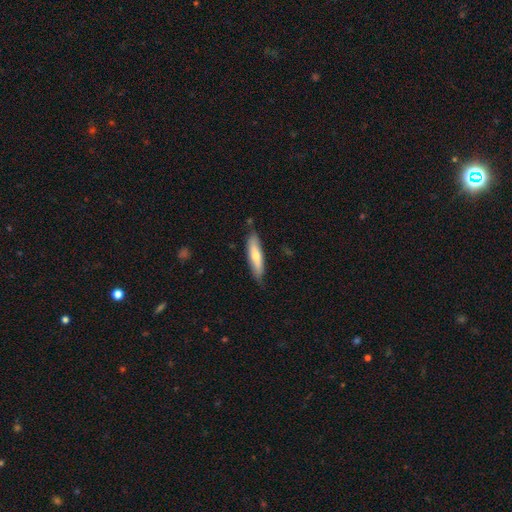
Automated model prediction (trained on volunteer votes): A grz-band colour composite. It shows a smooth galaxy with no disk features (63%) that is cigar-shaped (73%). Merging: none (76%).